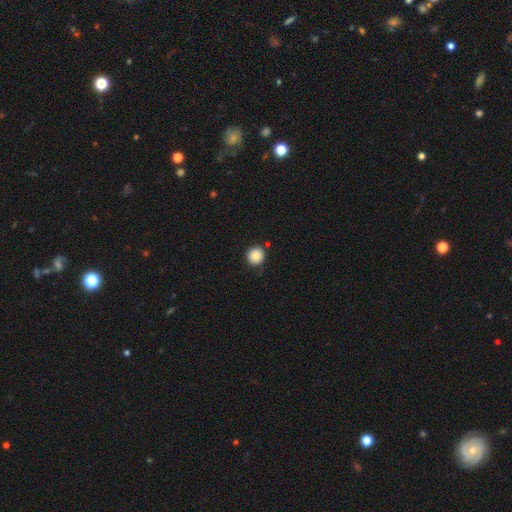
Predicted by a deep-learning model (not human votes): smooth-or-featured: smooth: 86% | star or artifact: 9% | featured or disk: 5%
  how-rounded: round: 93% | in between: 6% | cigar-shaped: 1%
  merging: none: 86% | minor disturbance: 8% | merger: 3% | major disturbance: 2%